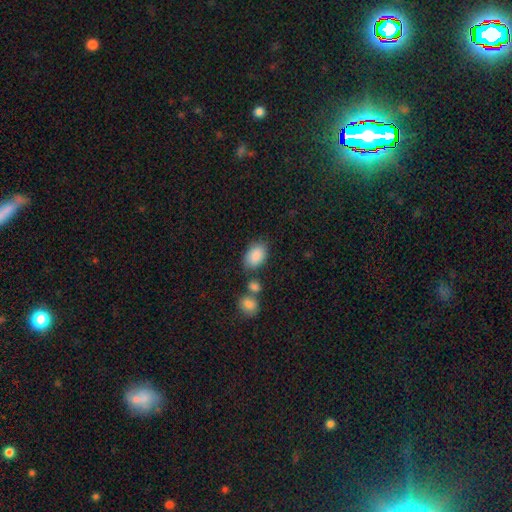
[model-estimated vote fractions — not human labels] smooth_or_featured: smooth (p=0.88) [alt: star or artifact p=0.07]
how_rounded: in between (p=0.89) [alt: round p=0.10]
merging: none (p=0.69) [alt: minor disturbance p=0.16]